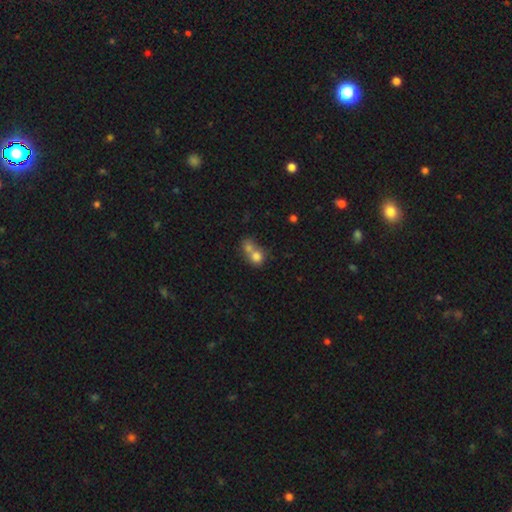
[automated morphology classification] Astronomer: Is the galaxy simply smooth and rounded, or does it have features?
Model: smooth — 74%.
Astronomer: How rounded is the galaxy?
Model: round — 69%.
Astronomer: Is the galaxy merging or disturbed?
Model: merger — 65%.